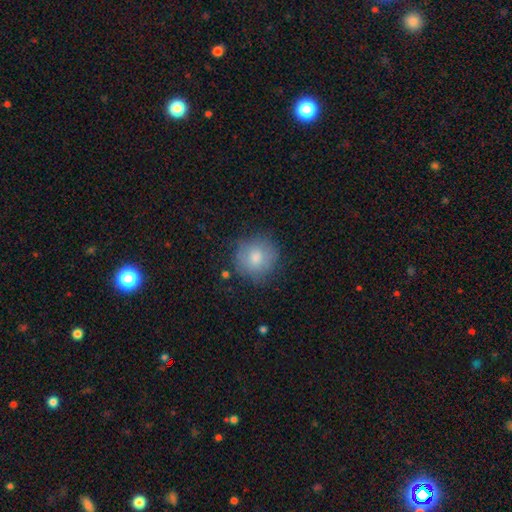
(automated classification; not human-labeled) Morphology: type=smooth (76%); roundness=round (90%); merging=none (77%).